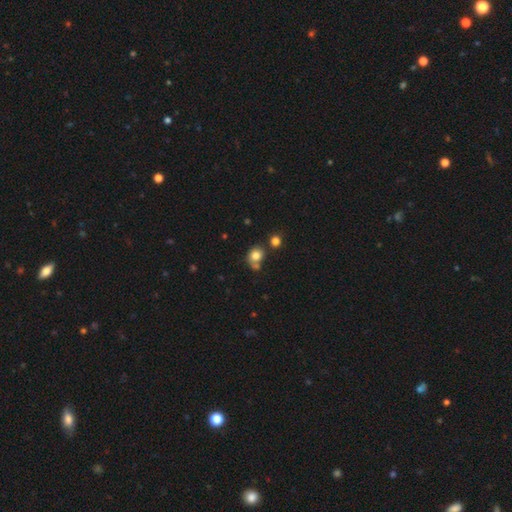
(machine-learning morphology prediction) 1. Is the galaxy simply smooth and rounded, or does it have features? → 81% smooth, 11% star or artifact, 8% featured or disk.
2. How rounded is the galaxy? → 73% round, 26% in between, 1% cigar-shaped.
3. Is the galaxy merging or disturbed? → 57% none, 22% merger, 15% minor disturbance, 6% major disturbance.